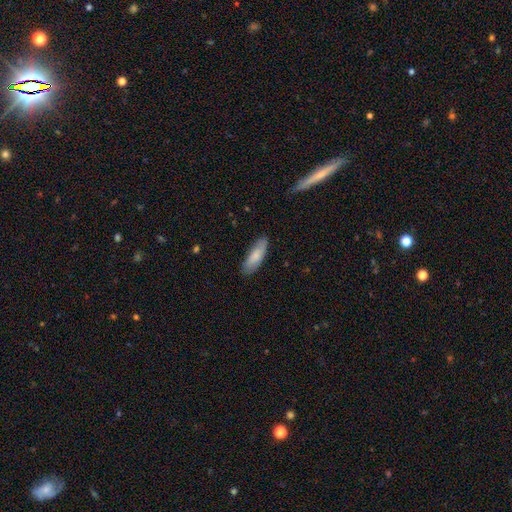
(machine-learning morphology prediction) smooth 79%, featured or disk 15%, star or artifact 5%. Down the decision tree: how rounded — in between (57%); merging — none (82%).